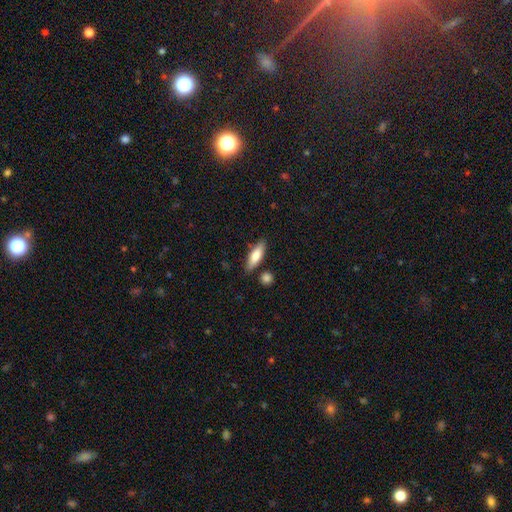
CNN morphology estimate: This appears to be a smooth galaxy with no disk features (76%) that is in between round and cigar-shaped (52%). Merging: none (81%).